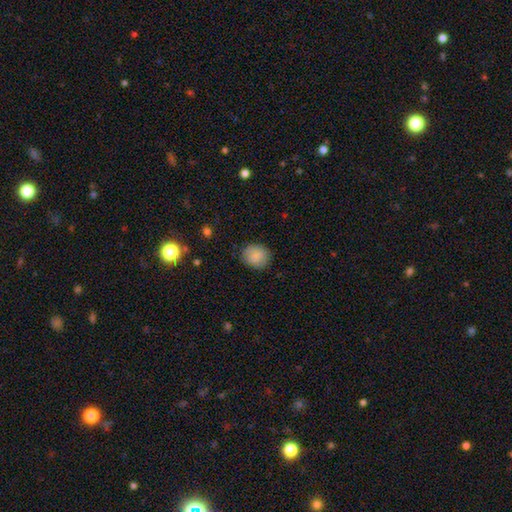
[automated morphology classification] type=smooth (87%); roundness=round (73%); merging=none (84%).